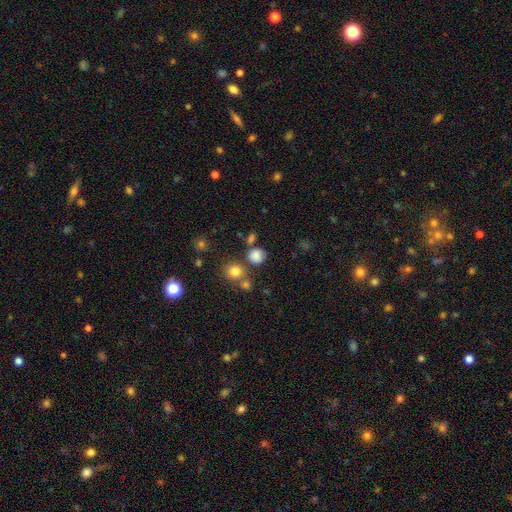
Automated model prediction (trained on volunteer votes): The model was most divided on "merging": none: 72%, merger: 13%, minor disturbance: 11%, major disturbance: 4%. More confident: how rounded — round (86%); smooth or featured — smooth (82%).